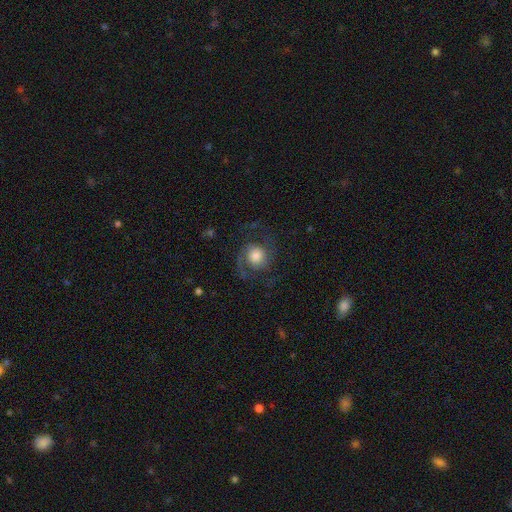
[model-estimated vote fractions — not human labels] The model was most divided on "bulge size": large: 41%, moderate: 35%, small: 10%, dominant: 10%, none: 4%. Remaining: edge-on disk — no (98%); spiral arms — yes (94%); spiral arm count — 2 (87%); bar — no (72%); smooth or featured — featured or disk (71%); merging — none (69%); spiral winding — medium (49%).